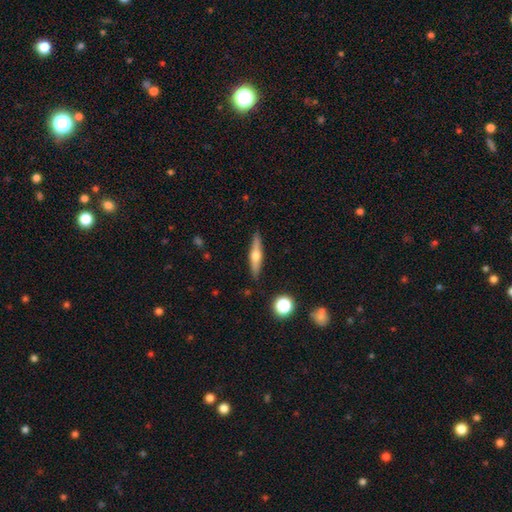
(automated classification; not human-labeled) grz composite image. It shows a featured or disk galaxy (54%) viewed edge-on (94%) with a rounded central bulge (91%). Merging: none (88%).